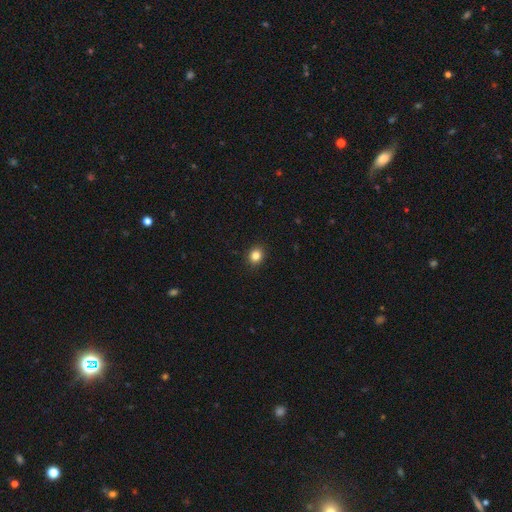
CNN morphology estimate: A smooth galaxy with no disk features (83%) that is round (72%).

Vote fractions:
- Smooth or featured? smooth: 83% / star or artifact: 11% / featured or disk: 5%
- How rounded? round: 72% / in between: 27% / cigar-shaped: 1%
- Merging? none: 91% / minor disturbance: 6% / major disturbance: 2% / merger: 1%